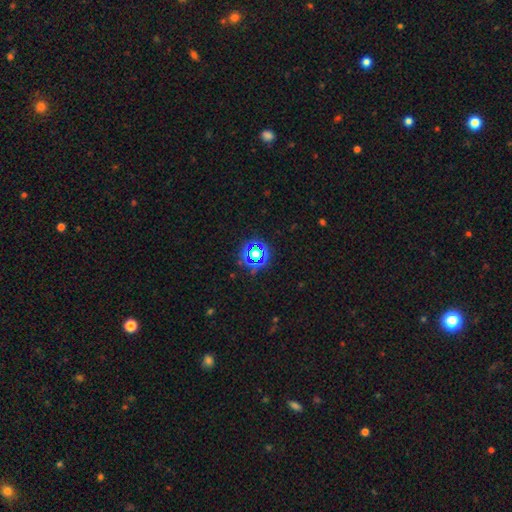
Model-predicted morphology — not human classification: Smooth or featured?
  - star or artifact: 63% *
  - smooth: 27%
  - featured or disk: 10%